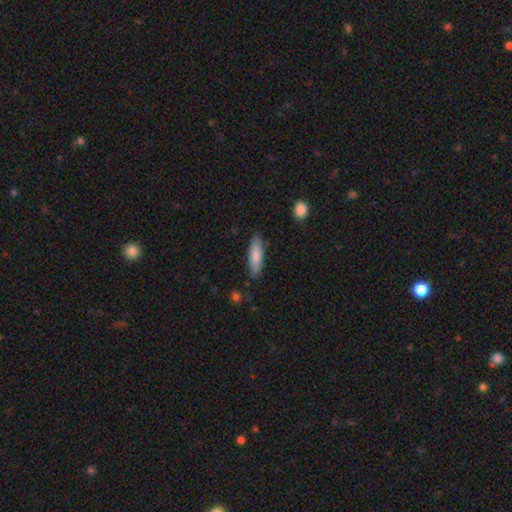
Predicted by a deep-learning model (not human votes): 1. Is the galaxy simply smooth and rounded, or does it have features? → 80% smooth, 14% featured or disk, 6% star or artifact.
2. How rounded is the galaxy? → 56% cigar-shaped, 43% in between, 2% round.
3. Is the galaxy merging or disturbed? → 85% none, 11% minor disturbance, 2% major disturbance, 2% merger.